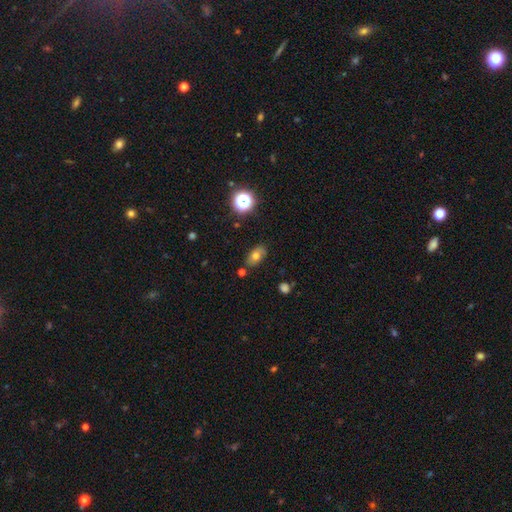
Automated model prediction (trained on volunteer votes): Smooth or featured? smooth (67%)
How rounded? in between (85%)
Merging? none (78%)